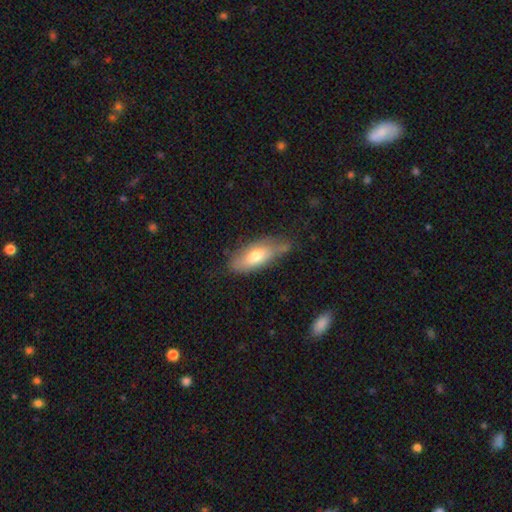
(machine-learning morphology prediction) The model was most divided on "merging": none: 57%, minor disturbance: 32%, major disturbance: 8%, merger: 3%. More confident: how rounded — in between (77%); smooth or featured — smooth (67%).